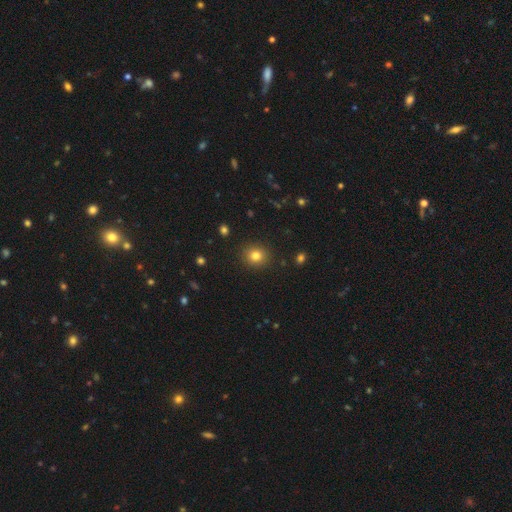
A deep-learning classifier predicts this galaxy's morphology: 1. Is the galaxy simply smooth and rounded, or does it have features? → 81% smooth, 12% star or artifact, 6% featured or disk.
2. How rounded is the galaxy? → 84% round, 15% in between, 1% cigar-shaped.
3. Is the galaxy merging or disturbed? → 90% none, 7% minor disturbance, 2% major disturbance, 1% merger.